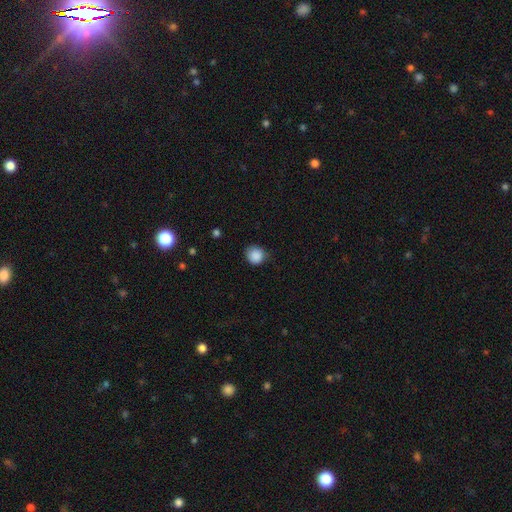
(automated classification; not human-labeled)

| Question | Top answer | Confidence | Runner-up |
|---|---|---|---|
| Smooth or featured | smooth | 88% | star or artifact (9%) |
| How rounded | round | 87% | in between (12%) |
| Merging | none | 72% | minor disturbance (23%) |